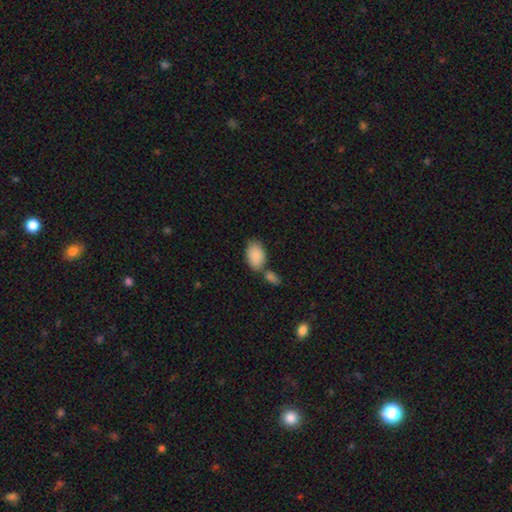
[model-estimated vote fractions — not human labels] smooth-or-featured: smooth: 89% | star or artifact: 6% | featured or disk: 5%
  how-rounded: in between: 93% | round: 6% | cigar-shaped: 1%
  merging: none: 53% | merger: 28% | minor disturbance: 15% | major disturbance: 5%